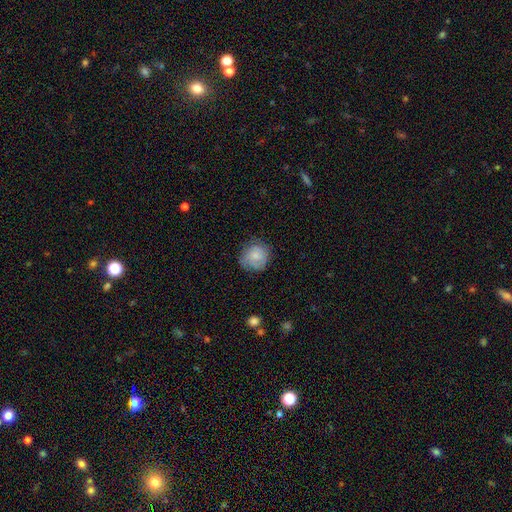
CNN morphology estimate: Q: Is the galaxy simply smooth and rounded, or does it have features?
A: smooth — 70%.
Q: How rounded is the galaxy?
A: round — 85%.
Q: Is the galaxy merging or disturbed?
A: none — 70%.